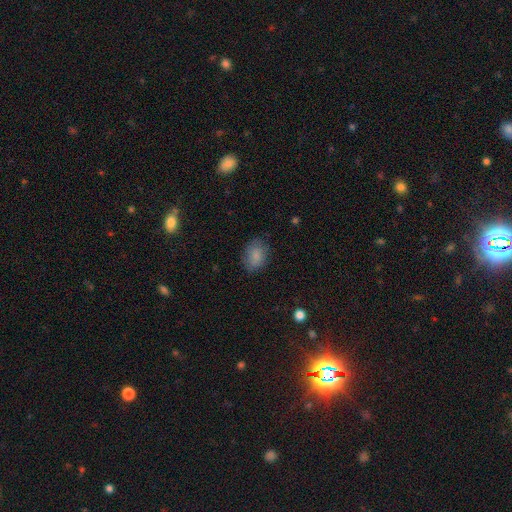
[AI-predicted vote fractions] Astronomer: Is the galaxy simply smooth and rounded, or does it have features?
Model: smooth — 85%.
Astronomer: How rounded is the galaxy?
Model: in between — 73%.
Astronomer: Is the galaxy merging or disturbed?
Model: none — 78%.